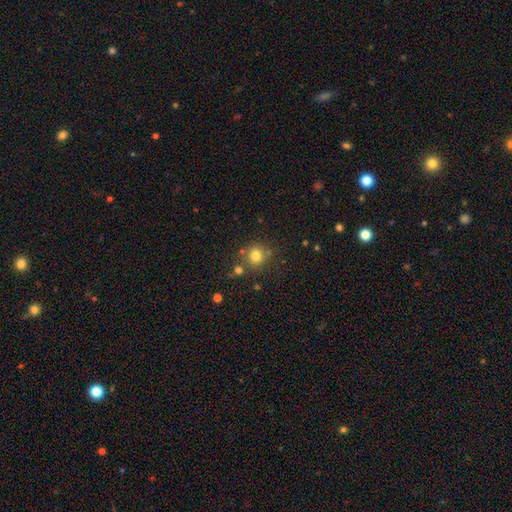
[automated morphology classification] smooth 77%, star or artifact 14%, featured or disk 8%. Down the decision tree: how rounded — round (88%); merging — none (73%).